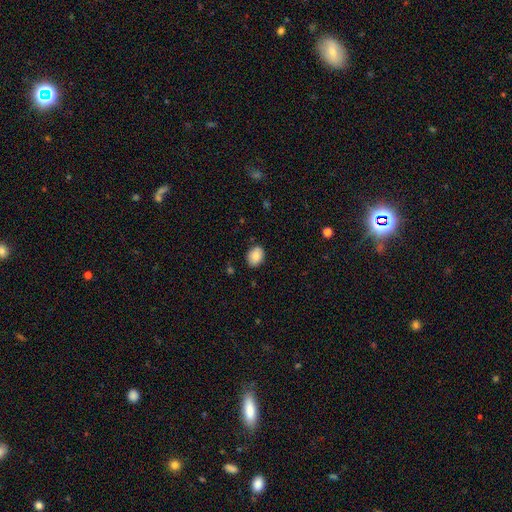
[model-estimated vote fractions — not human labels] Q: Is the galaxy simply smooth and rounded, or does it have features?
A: smooth — 83%.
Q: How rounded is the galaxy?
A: in between — 67%.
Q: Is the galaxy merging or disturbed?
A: none — 85%.